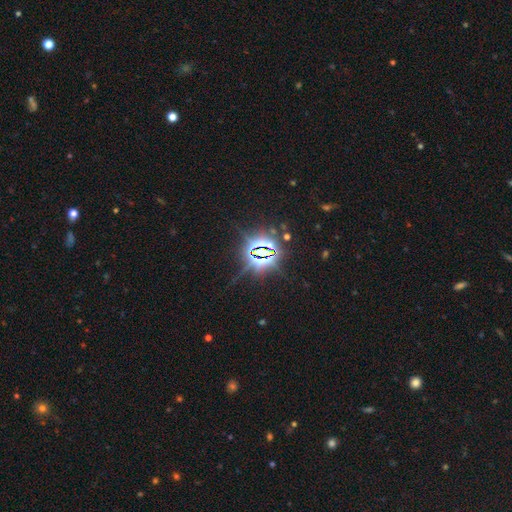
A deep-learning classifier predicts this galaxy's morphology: Overall: star or artifact (84%).